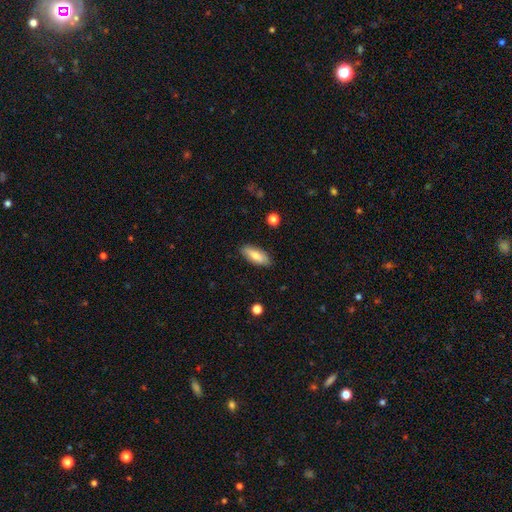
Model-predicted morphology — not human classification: Smooth or featured: smooth — 73% (featured or disk — 20%)
How rounded: in between — 72% (cigar-shaped — 26%)
Merging: none — 86% (minor disturbance — 10%)